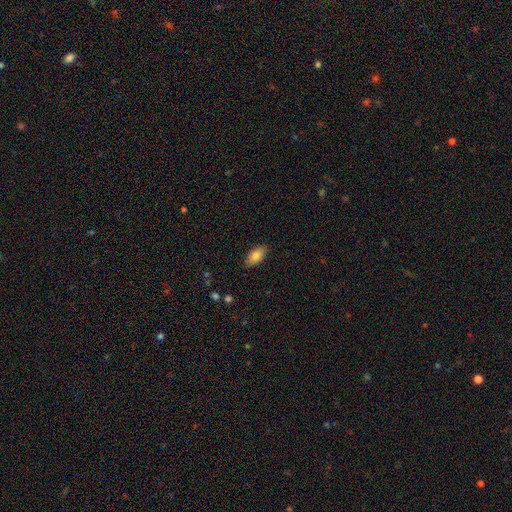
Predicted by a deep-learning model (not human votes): Morphology: type=smooth (84%); roundness=in between (92%); merging=none (86%).